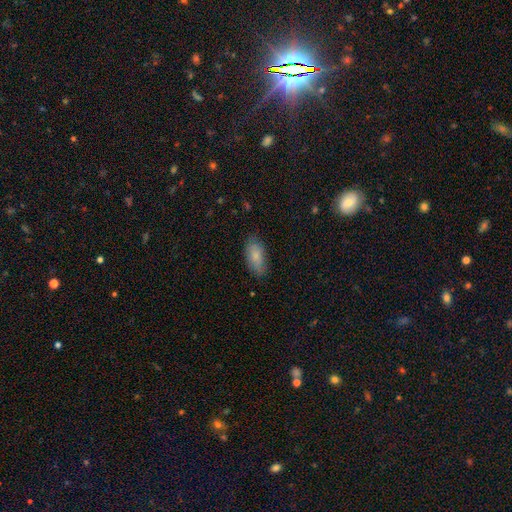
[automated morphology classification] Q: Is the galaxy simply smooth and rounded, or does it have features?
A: smooth — 82%.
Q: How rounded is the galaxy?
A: in between — 88%.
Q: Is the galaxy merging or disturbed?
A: none — 77%.